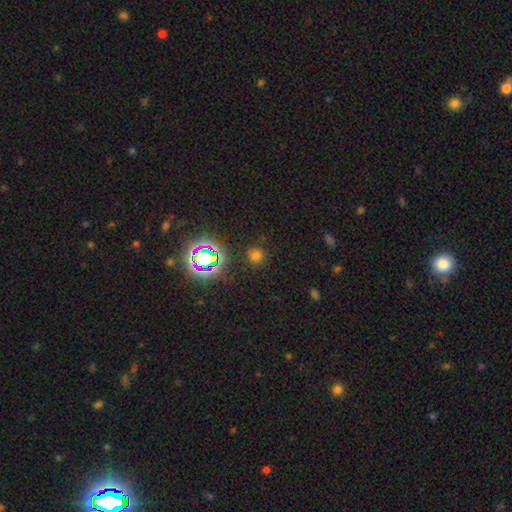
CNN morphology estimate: A smooth galaxy with no disk features (64%) that is round (91%). Merging: none (87%).